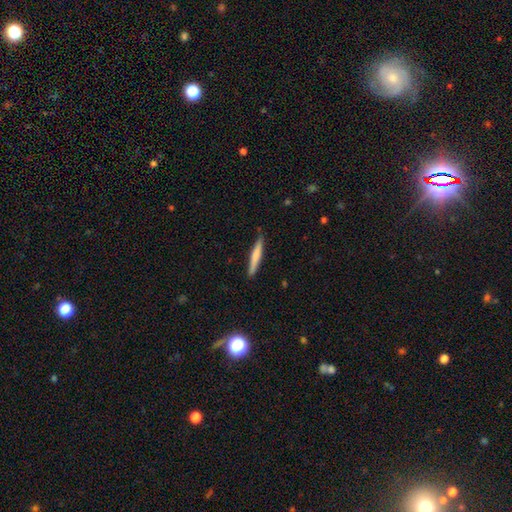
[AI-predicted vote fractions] A smooth galaxy with no disk features (65%) that is cigar-shaped (94%). Merging: none (88%).